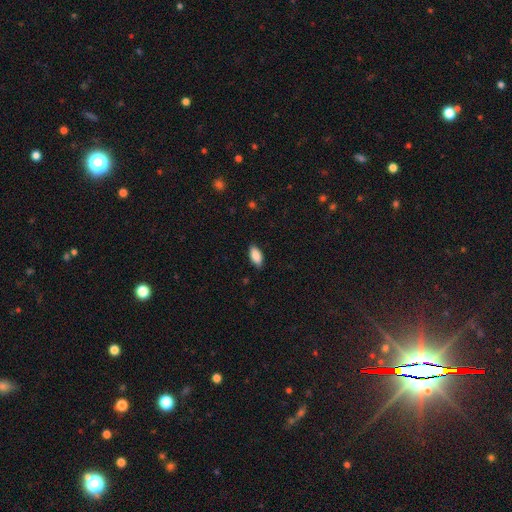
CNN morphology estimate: Q: Smooth or featured?
A: smooth (89%); runner-up: star or artifact (6%)
Q: How rounded?
A: in between (90%); runner-up: cigar-shaped (8%)
Q: Merging?
A: none (87%); runner-up: minor disturbance (10%)